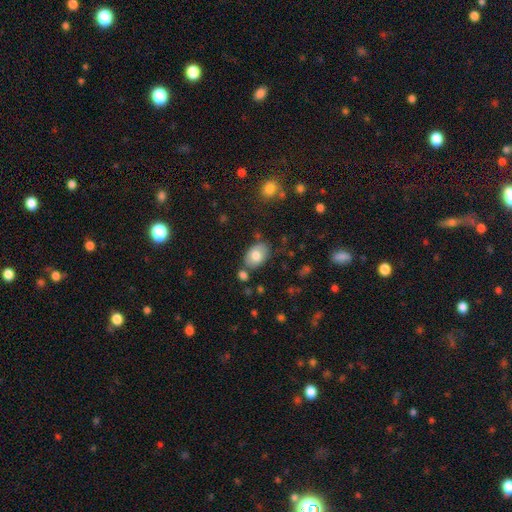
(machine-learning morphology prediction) smooth_or_featured: smooth (p=0.75) [alt: featured or disk p=0.17]
how_rounded: in between (p=0.86) [alt: round p=0.13]
merging: none (p=0.72) [alt: minor disturbance p=0.16]